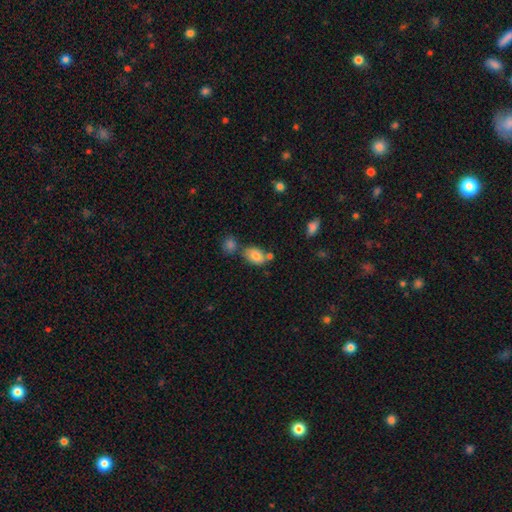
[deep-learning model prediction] A smooth galaxy with no disk features (81%) that is in between round and cigar-shaped (87%). Merging: none (57%).